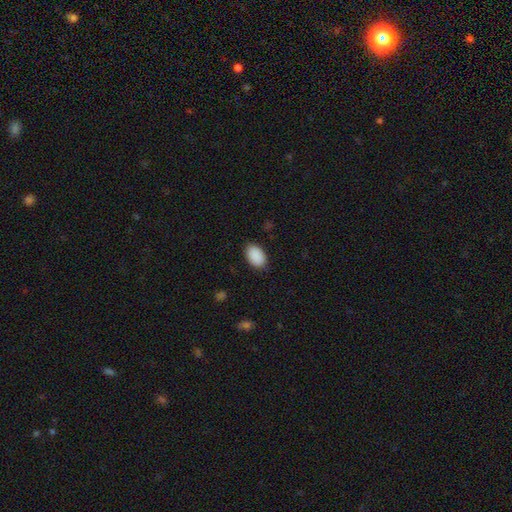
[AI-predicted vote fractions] Smooth or featured?
  - smooth: 91% *
  - star or artifact: 6%
  - featured or disk: 2%
How rounded?
  - in between: 91% *
  - round: 8%
  - cigar-shaped: 1%
Merging?
  - none: 88% *
  - minor disturbance: 9%
  - major disturbance: 2%
  - merger: 1%